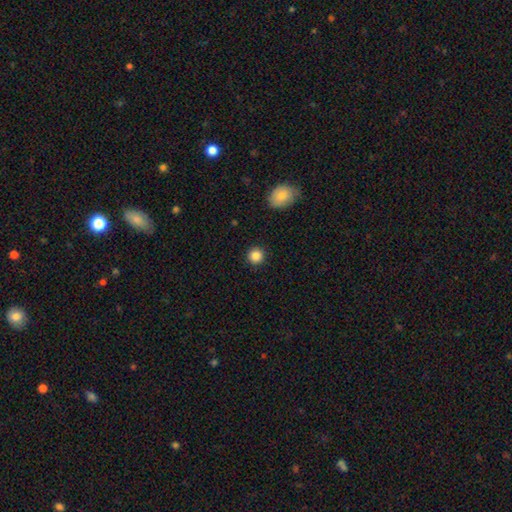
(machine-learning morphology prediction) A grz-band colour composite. It shows a smooth galaxy with no disk features (86%) that is round (94%). Merging: none (91%).